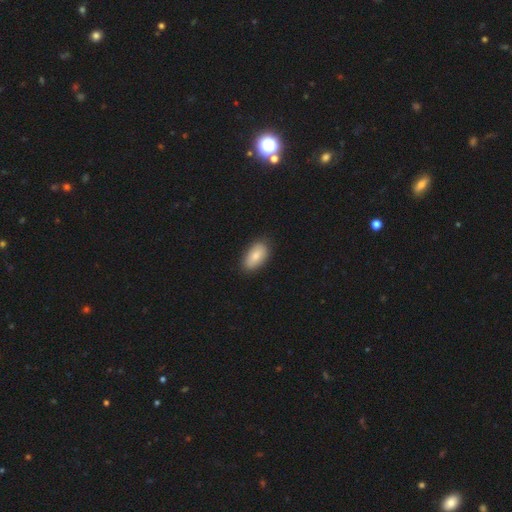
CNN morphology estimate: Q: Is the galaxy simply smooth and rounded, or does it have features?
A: smooth — 82%.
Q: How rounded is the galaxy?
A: in between — 93%.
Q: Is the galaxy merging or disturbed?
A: none — 84%.